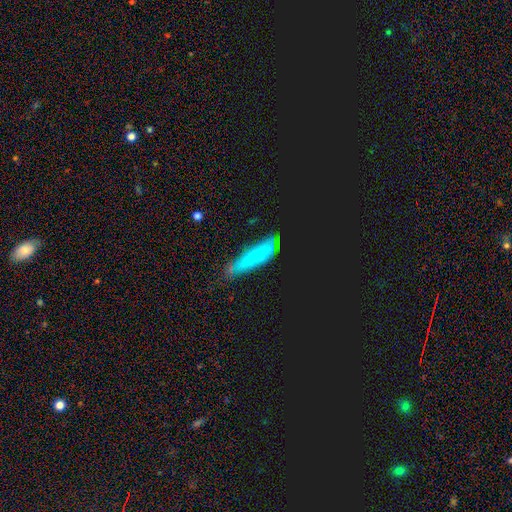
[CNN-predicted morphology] A smooth galaxy with no disk features (53%) that is cigar-shaped (70%). Merging: none (62%).